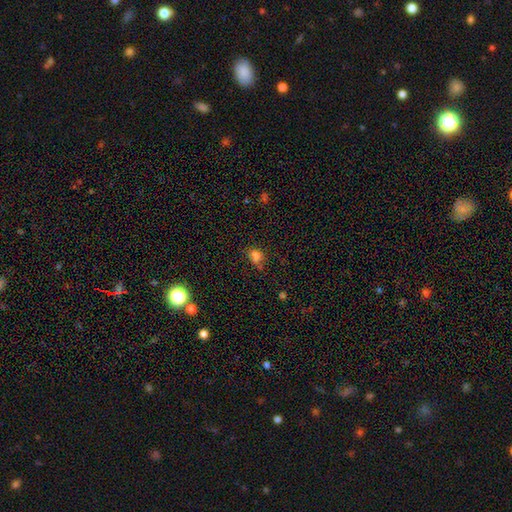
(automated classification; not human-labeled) smooth 74%, star or artifact 18%, featured or disk 8%. Down the decision tree: how rounded — in between (54%); merging — none (56%).